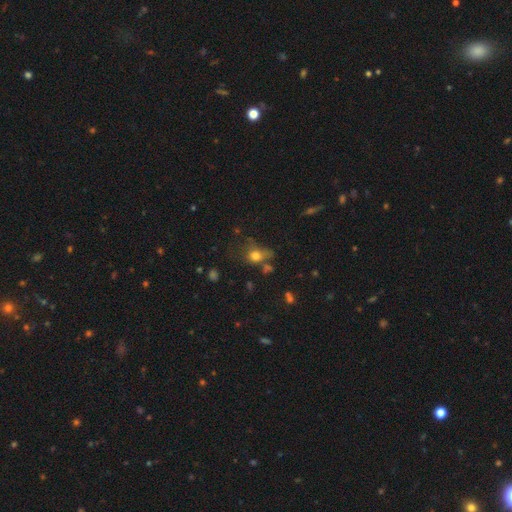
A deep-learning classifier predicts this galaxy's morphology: Overall: smooth (72%). How rounded: round (62%; in between 36%). Merging: none (41%; minor disturbance 24%).